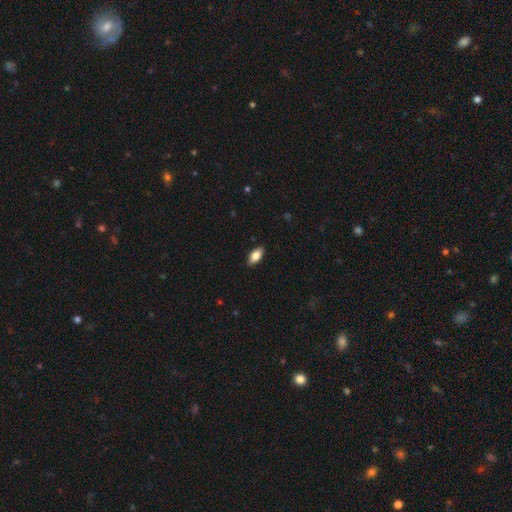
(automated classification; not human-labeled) Smooth or featured?
  - smooth: 82% *
  - featured or disk: 11%
  - star or artifact: 7%
How rounded?
  - in between: 91% *
  - cigar-shaped: 6%
  - round: 3%
Merging?
  - none: 88% *
  - minor disturbance: 9%
  - major disturbance: 2%
  - merger: 1%